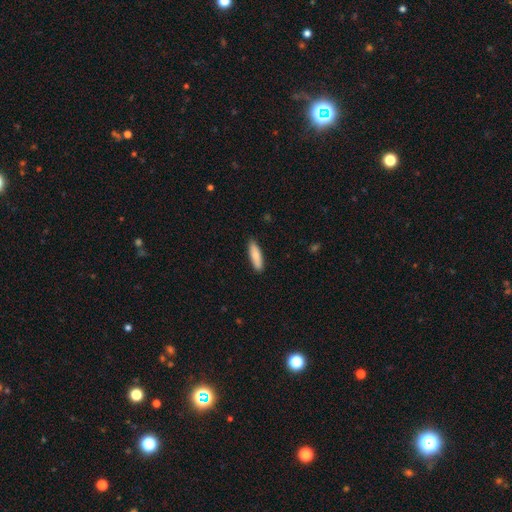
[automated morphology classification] Overall: smooth (82%). How rounded: cigar-shaped (61%; in between 37%). Merging: none (89%).